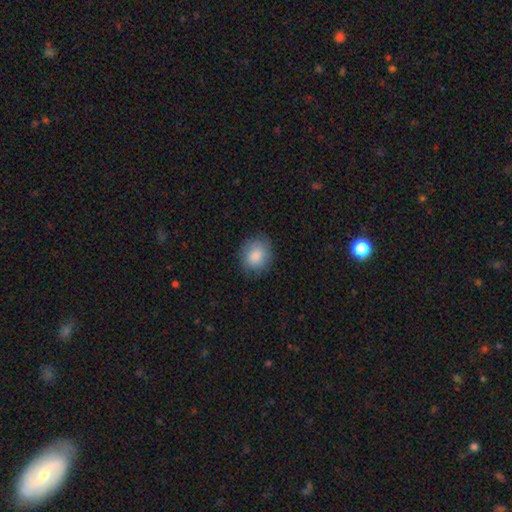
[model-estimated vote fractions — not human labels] A smooth galaxy with no disk features (86%) that is round (67%).

Vote fractions:
- Smooth or featured? smooth: 86% / featured or disk: 7% / star or artifact: 7%
- How rounded? round: 67% / in between: 32% / cigar-shaped: 1%
- Merging? none: 80% / minor disturbance: 15% / major disturbance: 4% / merger: 1%